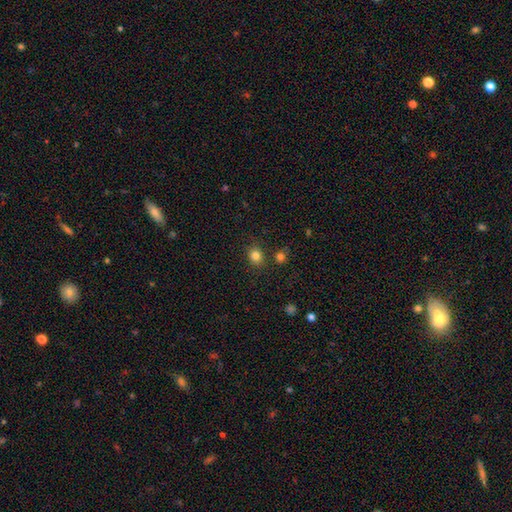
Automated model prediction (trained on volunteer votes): Smooth or featured? Predicted: smooth (p=0.82). How rounded? Predicted: round (p=0.67). Merging? Predicted: none (p=0.81).